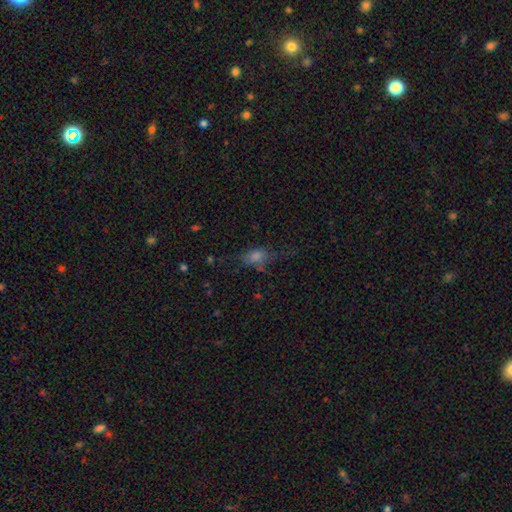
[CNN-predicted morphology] This appears to be a smooth galaxy with no disk features (57%) that is in between round and cigar-shaped (68%). Merging: none (51%).